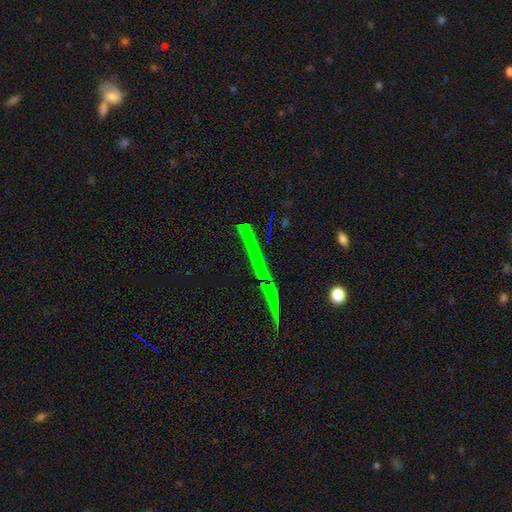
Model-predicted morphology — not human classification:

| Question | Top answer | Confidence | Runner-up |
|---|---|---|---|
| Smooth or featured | star or artifact | 68% | featured or disk (18%) |